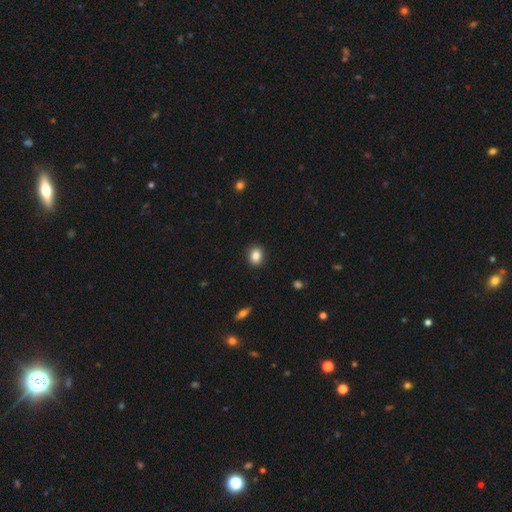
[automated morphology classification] A smooth galaxy with no disk features (86%) that is in between round and cigar-shaped (50%). Merging: none (90%).